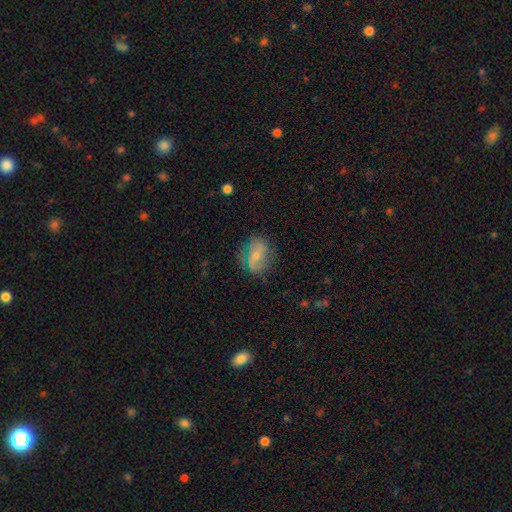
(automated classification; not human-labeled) smooth 51%, featured or disk 39%, star or artifact 9%. Down the decision tree: how rounded — in between (76%); merging — none (65%).